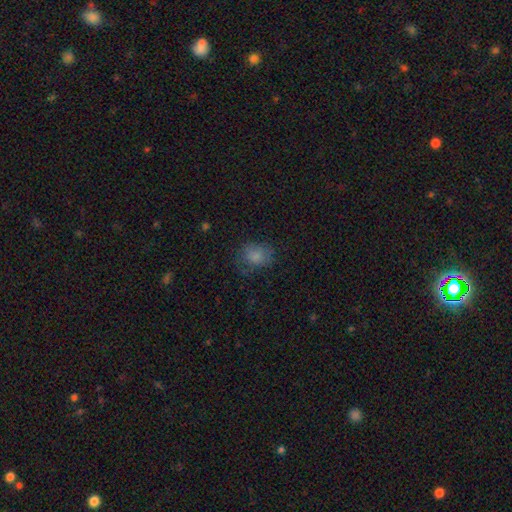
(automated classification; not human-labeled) smooth-or-featured: smooth: 79% | star or artifact: 12% | featured or disk: 9%
  how-rounded: round: 51% | in between: 48% | cigar-shaped: 1%
  merging: none: 64% | minor disturbance: 24% | major disturbance: 11% | merger: 1%